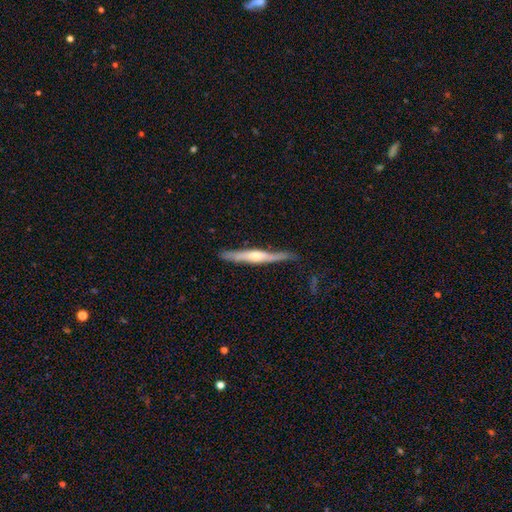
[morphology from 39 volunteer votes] featured or disk 72%, smooth 15%, star or artifact 13%. Down the decision tree: edge-on disk — yes (100%); edge-on bulge — rounded (75%); merging — none (65%).